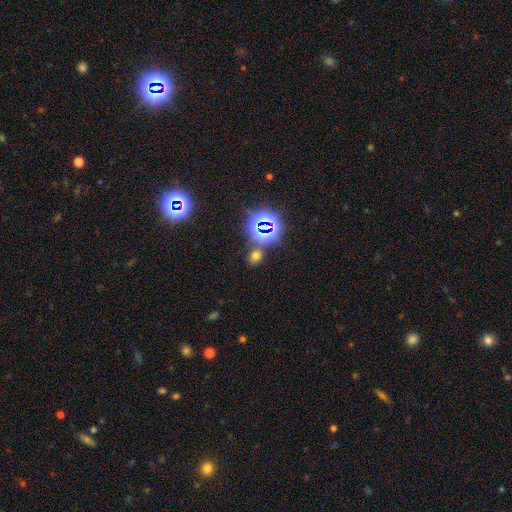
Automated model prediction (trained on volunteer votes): smooth-or-featured: smooth: 55% | star or artifact: 37% | featured or disk: 8%
  how-rounded: round: 57% | in between: 41% | cigar-shaped: 2%
  merging: none: 76% | merger: 11% | minor disturbance: 9% | major disturbance: 4%